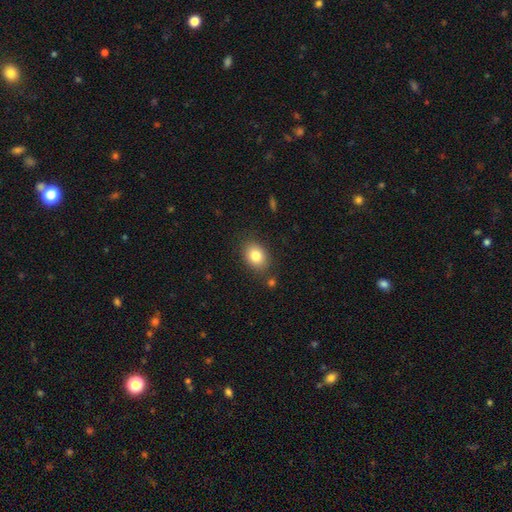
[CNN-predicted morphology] Smooth or featured?
  - smooth: 83% *
  - star or artifact: 9%
  - featured or disk: 8%
How rounded?
  - in between: 68% *
  - round: 31%
  - cigar-shaped: 1%
Merging?
  - none: 82% *
  - minor disturbance: 11%
  - merger: 4%
  - major disturbance: 3%